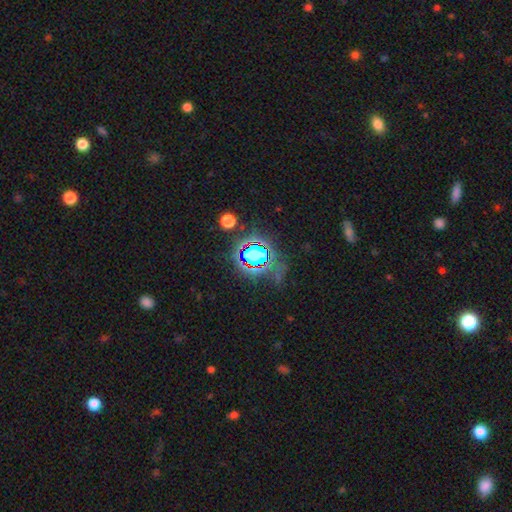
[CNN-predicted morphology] Smooth or featured: star or artifact — 78% (smooth — 14%)